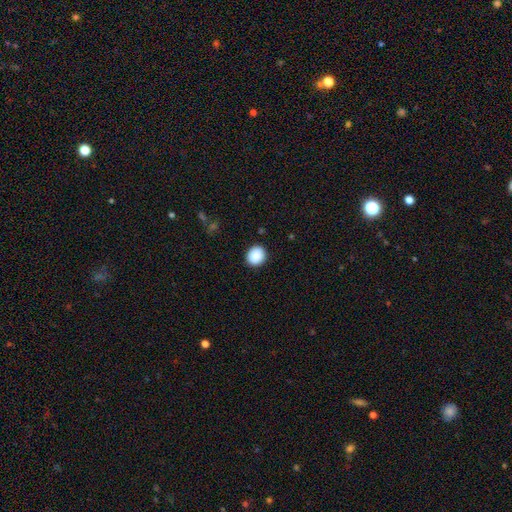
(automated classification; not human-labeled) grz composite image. It shows a smooth galaxy with no disk features (89%) that is round (80%). Merging: none (90%).